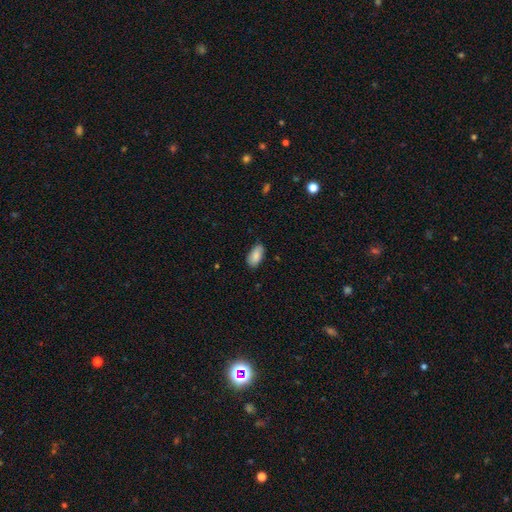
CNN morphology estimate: Smooth or featured? smooth (86%)
How rounded? in between (93%)
Merging? none (78%)